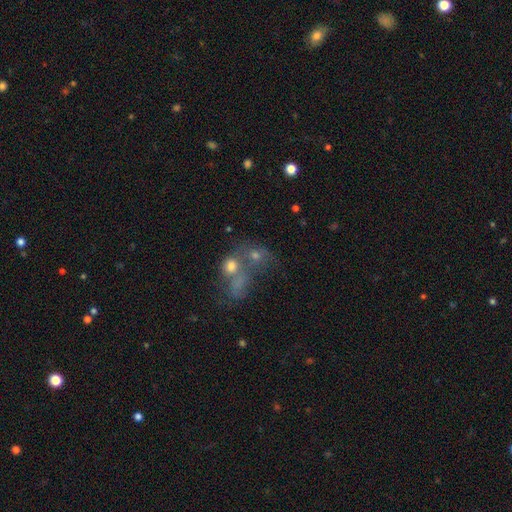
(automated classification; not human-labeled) Smooth or featured? smooth (55%)
How rounded? round (63%)
Merging? merger (55%)